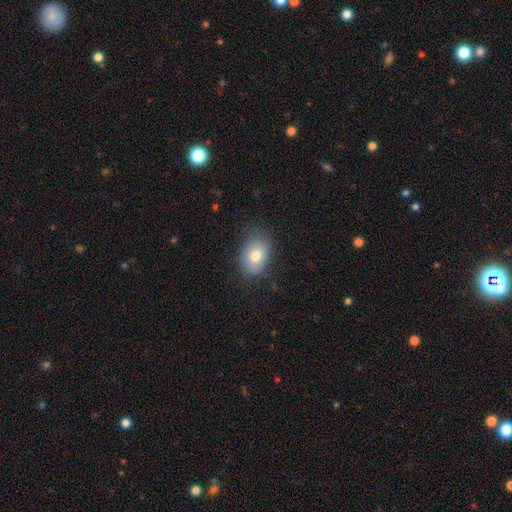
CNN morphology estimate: smooth_or_featured: smooth (p=0.77) [alt: featured or disk p=0.14]
how_rounded: in between (p=0.77) [alt: round p=0.22]
merging: none (p=0.76) [alt: minor disturbance p=0.18]